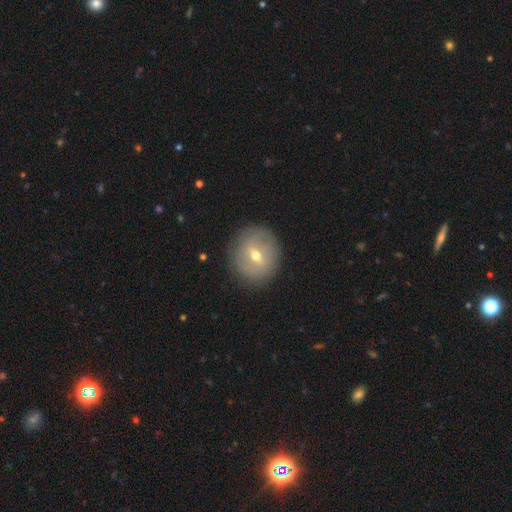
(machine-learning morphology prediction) Q: Smooth or featured?
A: featured or disk (50%); runner-up: smooth (41%)
Q: Merging?
A: none (86%); runner-up: minor disturbance (9%)